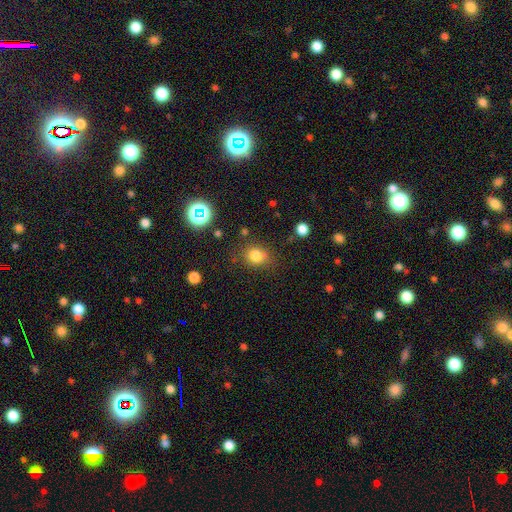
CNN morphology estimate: The model was most divided on "how rounded": round: 66%, in between: 33%, cigar-shaped: 1%. More confident: smooth or featured — smooth (79%); merging — none (75%).